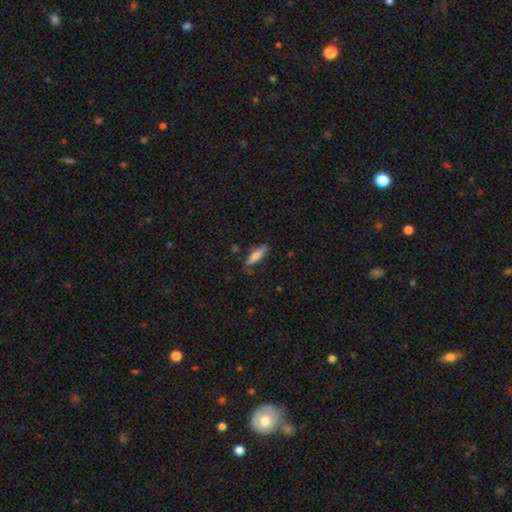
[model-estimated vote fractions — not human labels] Smooth or featured?
  - smooth: 72% *
  - featured or disk: 22%
  - star or artifact: 6%
How rounded?
  - cigar-shaped: 72% *
  - in between: 26%
  - round: 2%
Merging?
  - none: 78% *
  - minor disturbance: 17%
  - major disturbance: 3%
  - merger: 2%